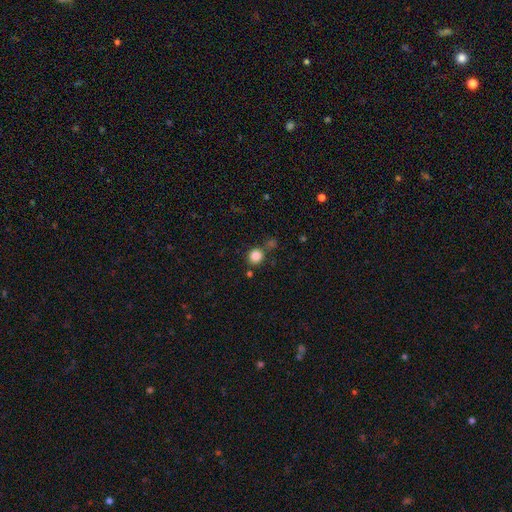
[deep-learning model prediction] Smooth or featured: smooth — 85% (star or artifact — 11%)
How rounded: round — 88% (in between — 11%)
Merging: none — 76% (merger — 11%)